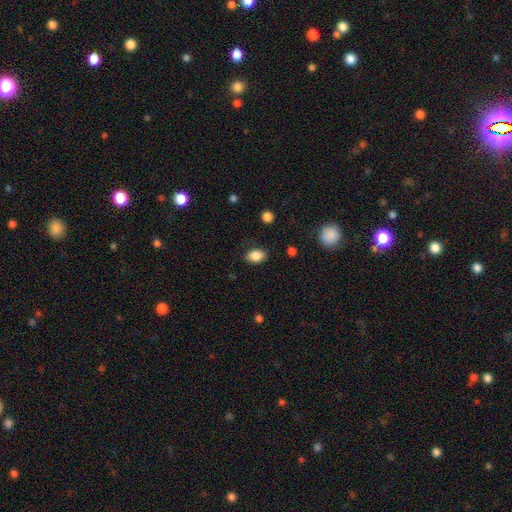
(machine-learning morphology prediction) Smooth or featured? smooth (87%)
How rounded? in between (83%)
Merging? none (83%)